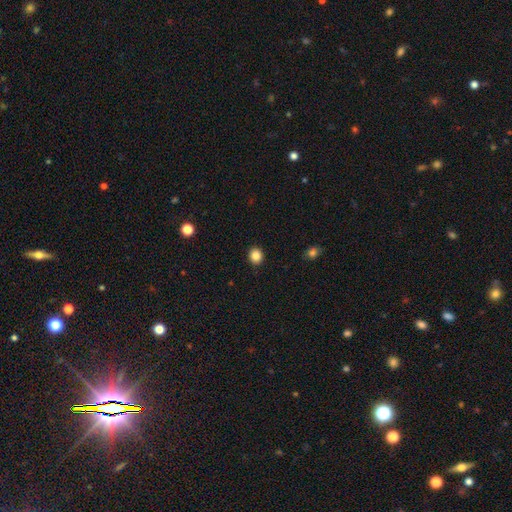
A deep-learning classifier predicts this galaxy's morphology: The model was most divided on "how rounded": round: 79%, in between: 20%, cigar-shaped: 1%. More confident: merging — none (92%); smooth or featured — smooth (85%).